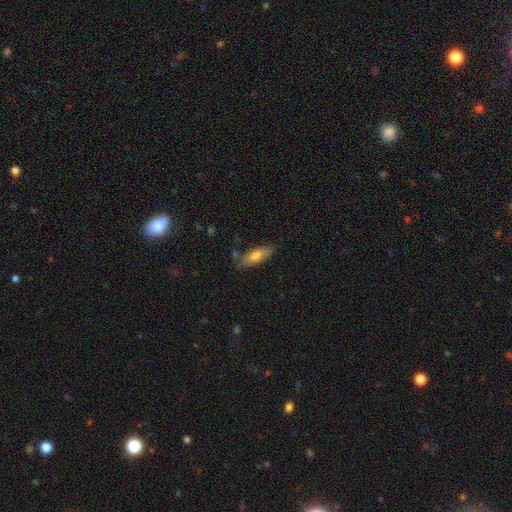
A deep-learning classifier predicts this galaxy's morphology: Q: Smooth or featured?
A: smooth (68%); runner-up: featured or disk (26%)
Q: How rounded?
A: in between (63%); runner-up: cigar-shaped (35%)
Q: Merging?
A: none (75%); runner-up: minor disturbance (18%)